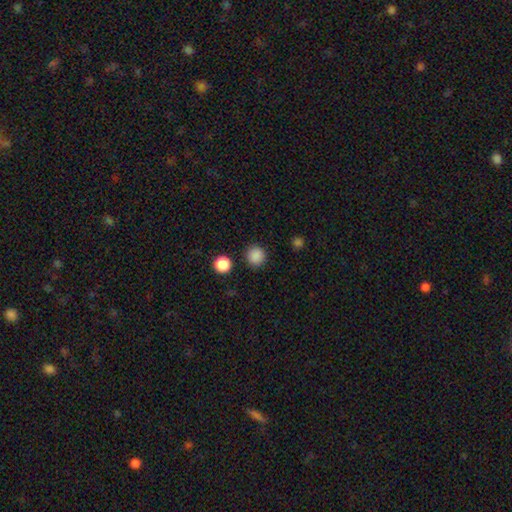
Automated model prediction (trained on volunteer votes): Smooth or featured?
  - smooth: 86% *
  - star or artifact: 11%
  - featured or disk: 3%
How rounded?
  - round: 93% *
  - in between: 6%
  - cigar-shaped: 1%
Merging?
  - none: 90% *
  - minor disturbance: 6%
  - major disturbance: 2%
  - merger: 2%